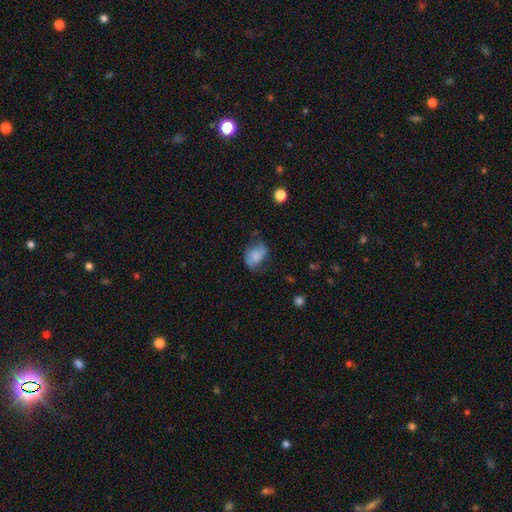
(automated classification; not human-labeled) A smooth galaxy with no disk features (57%) that is in between round and cigar-shaped (71%).

Vote fractions:
- Smooth or featured? smooth: 57% / featured or disk: 33% / star or artifact: 9%
- How rounded? in between: 71% / round: 27% / cigar-shaped: 1%
- Merging? none: 47% / minor disturbance: 31% / major disturbance: 20% / merger: 2%